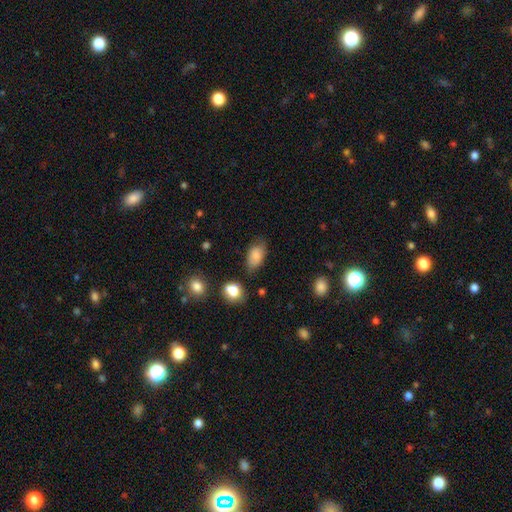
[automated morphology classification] Smooth or featured? smooth (82%)
How rounded? in between (90%)
Merging? none (67%)